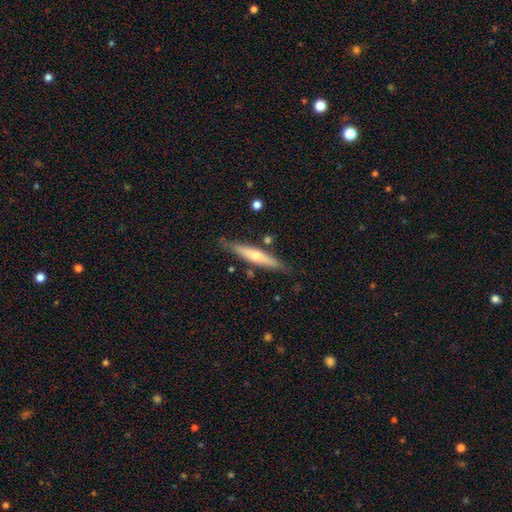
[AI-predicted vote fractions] Smooth or featured? featured or disk (50%)
Edge-on disk? yes (91%)
Merging? none (81%)